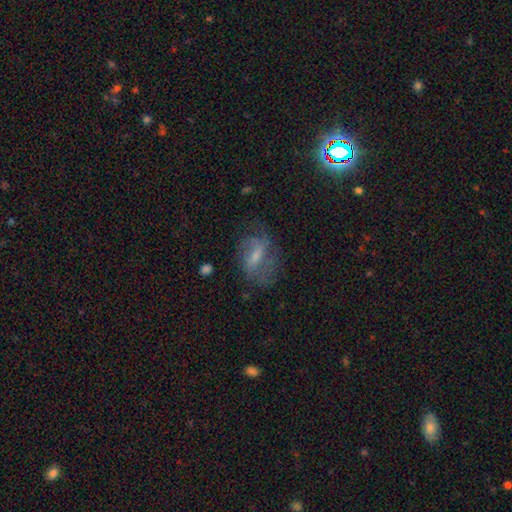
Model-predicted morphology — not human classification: Smooth or featured?
  - featured or disk: 55% *
  - smooth: 32%
  - star or artifact: 14%
Edge-on disk?
  - no: 92% *
  - yes: 8%
Bar?
  - weak: 49% *
  - strong: 26%
  - no: 25%
Spiral arms?
  - yes: 73% *
  - no: 27%
Bulge size?
  - small: 41% *
  - moderate: 33%
  - none: 20%
  - large: 4%
  - dominant: 1%
Merging?
  - none: 57% *
  - minor disturbance: 22%
  - major disturbance: 19%
  - merger: 2%